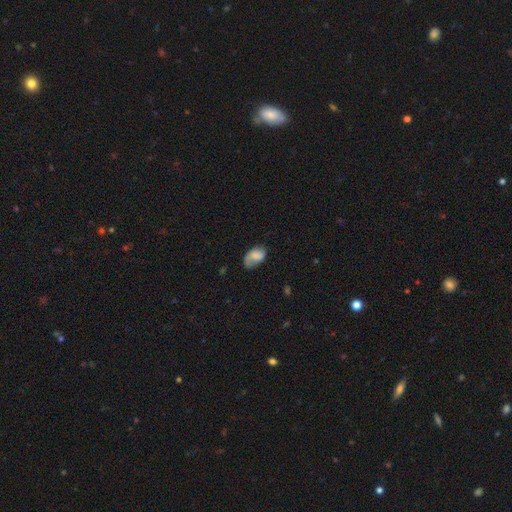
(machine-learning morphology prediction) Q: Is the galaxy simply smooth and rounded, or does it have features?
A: smooth — 64%.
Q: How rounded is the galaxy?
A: in between — 89%.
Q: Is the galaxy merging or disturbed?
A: none — 44%.